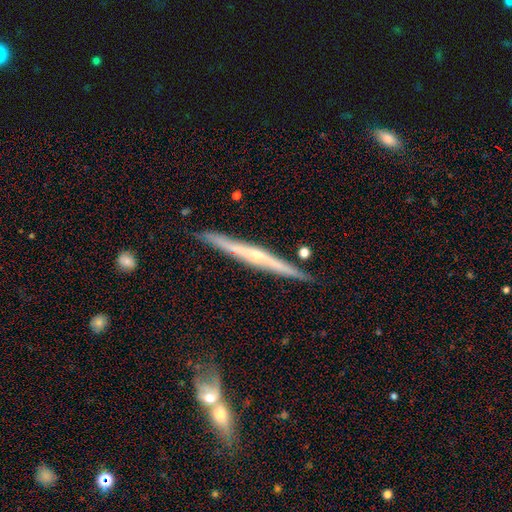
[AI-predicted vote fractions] smooth_or_featured: featured or disk (p=0.73) [alt: smooth p=0.21]
disk_edge_on: yes (p=0.97) [alt: no p=0.03]
edge_on_bulge: rounded (p=0.58) [alt: none p=0.37]
merging: none (p=0.88) [alt: minor disturbance p=0.09]